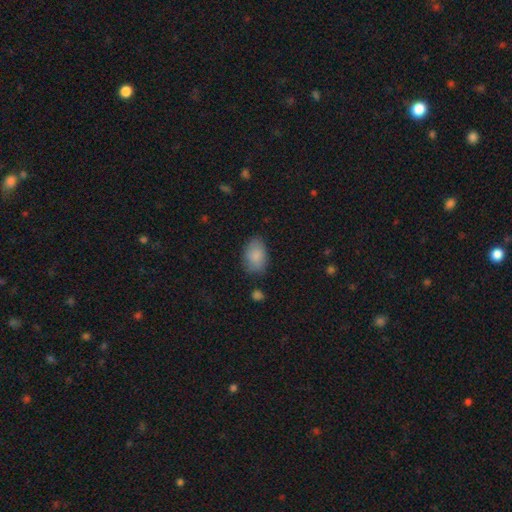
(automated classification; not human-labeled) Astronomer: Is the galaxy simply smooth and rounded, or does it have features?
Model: smooth — 86%.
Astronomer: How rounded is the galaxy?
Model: in between — 89%.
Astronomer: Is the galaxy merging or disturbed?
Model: none — 75%.